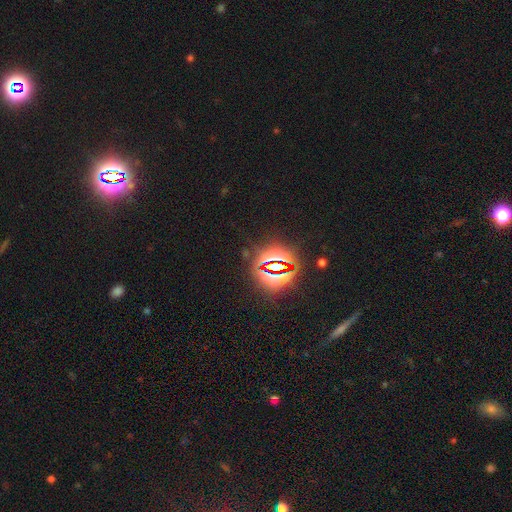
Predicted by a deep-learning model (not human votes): Overall: star or artifact (83%).